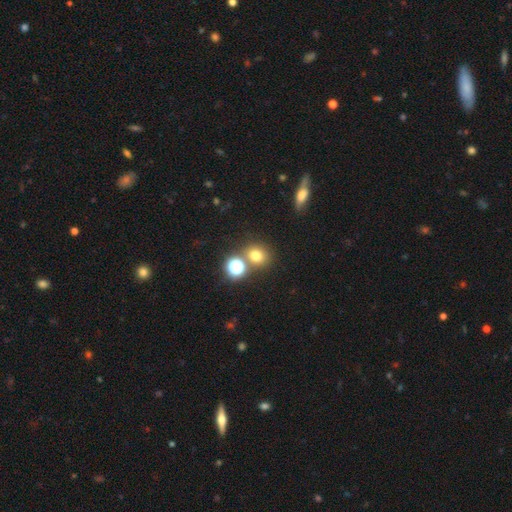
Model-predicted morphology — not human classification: A smooth galaxy with no disk features (71%) that is round (78%).

Vote fractions:
- Smooth or featured? smooth: 71% / star or artifact: 21% / featured or disk: 8%
- How rounded? round: 78% / in between: 21% / cigar-shaped: 1%
- Merging? none: 70% / merger: 17% / minor disturbance: 9% / major disturbance: 4%